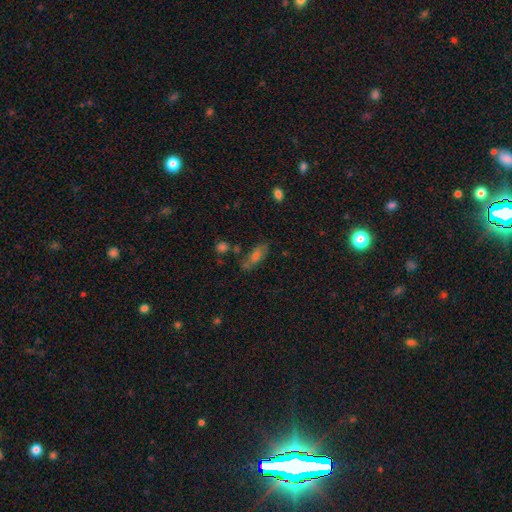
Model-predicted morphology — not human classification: smooth_or_featured: smooth (p=0.48) [alt: featured or disk p=0.33]
merging: none (p=0.68) [alt: minor disturbance p=0.18]